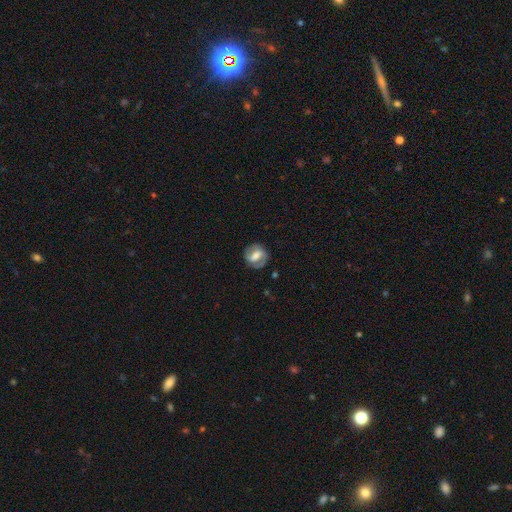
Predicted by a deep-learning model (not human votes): Smooth or featured? featured or disk (64%)
Edge-on disk? no (97%)
Bar? strong (41%)
Spiral arms? yes (80%)
Bulge size? moderate (42%)
Merging? none (77%)